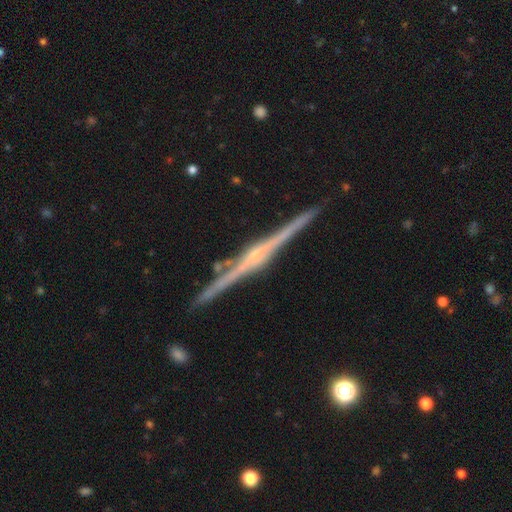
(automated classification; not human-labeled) A featured or disk galaxy (89%) viewed edge-on (99%) with a rounded central bulge (70%).

Vote fractions:
- Smooth or featured? featured or disk: 89% / smooth: 6% / star or artifact: 5%
- Edge-on disk? yes: 99% / no: 1%
- Edge-on bulge? rounded: 70% / boxy: 16% / none: 14%
- Merging? none: 91% / minor disturbance: 6% / merger: 2% / major disturbance: 1%